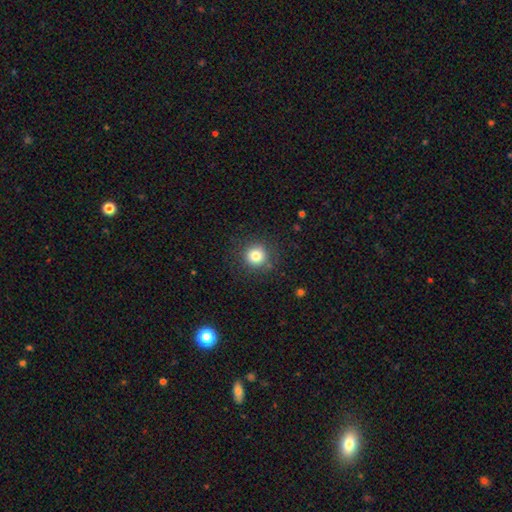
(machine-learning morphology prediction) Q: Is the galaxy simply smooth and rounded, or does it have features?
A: smooth — 81%.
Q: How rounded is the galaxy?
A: round — 93%.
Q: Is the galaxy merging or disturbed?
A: none — 87%.